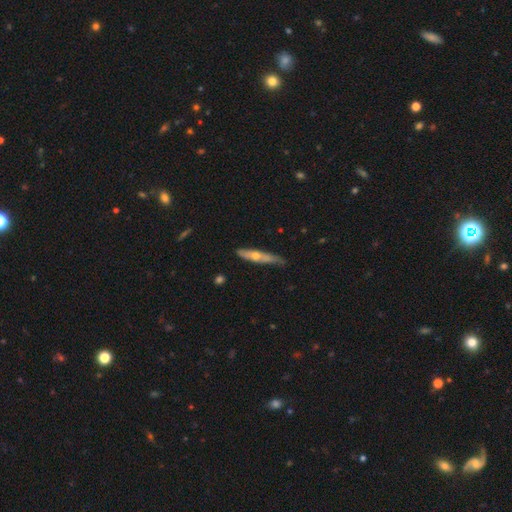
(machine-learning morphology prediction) featured or disk 51%, smooth 44%, star or artifact 6%. Down the decision tree: edge-on disk — yes (80%); merging — none (66%).